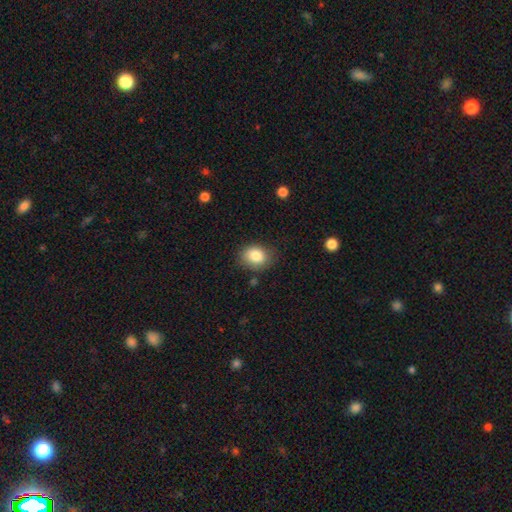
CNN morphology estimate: This appears to be a smooth galaxy with no disk features (84%) that is in between round and cigar-shaped (53%). Merging: none (76%).